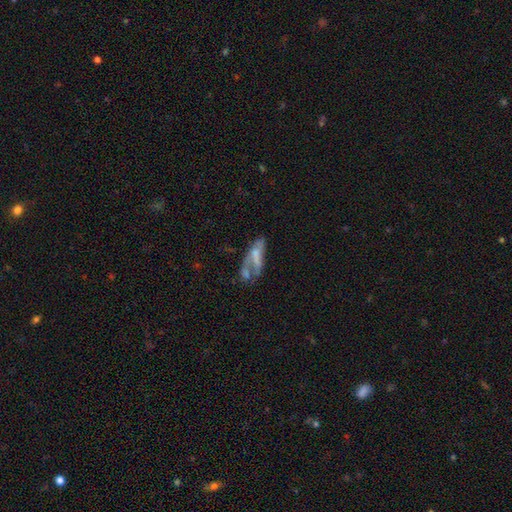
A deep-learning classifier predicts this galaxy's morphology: Q: Smooth or featured?
A: featured or disk (51%); runner-up: smooth (39%)
Q: Edge-on disk?
A: no (87%); runner-up: yes (13%)
Q: Merging?
A: major disturbance (35%); runner-up: none (26%)